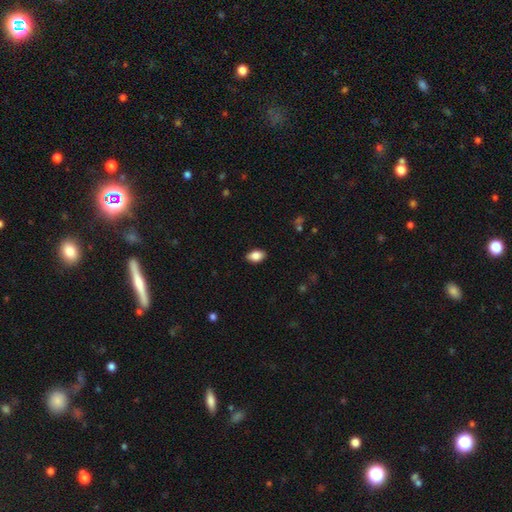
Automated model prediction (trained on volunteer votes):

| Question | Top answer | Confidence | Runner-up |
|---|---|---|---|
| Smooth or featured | smooth | 86% | star or artifact (7%) |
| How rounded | in between | 90% | round (8%) |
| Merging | none | 87% | minor disturbance (10%) |